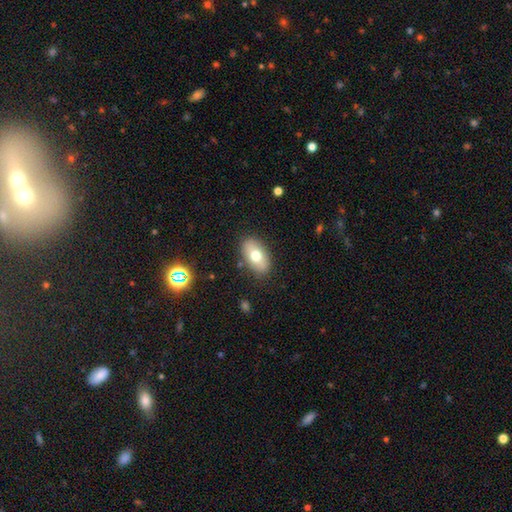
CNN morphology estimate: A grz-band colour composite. It shows a smooth galaxy with no disk features (69%) that is in between round and cigar-shaped (92%). Merging: none (84%).